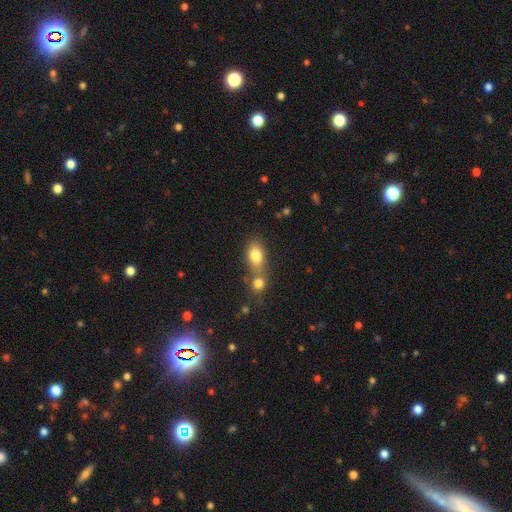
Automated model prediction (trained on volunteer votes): This appears to be a smooth galaxy with no disk features (81%) that is in between round and cigar-shaped (78%). Merging: merger (44%).